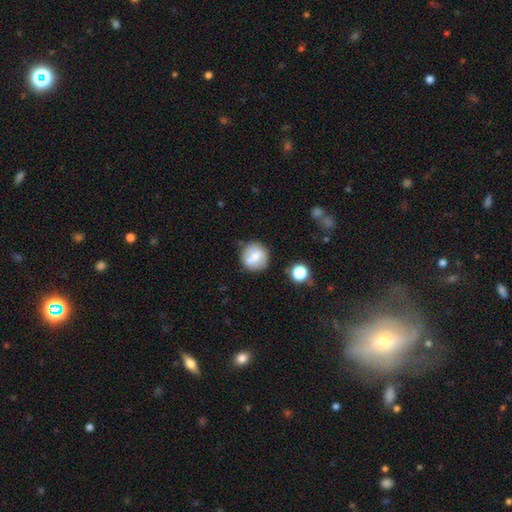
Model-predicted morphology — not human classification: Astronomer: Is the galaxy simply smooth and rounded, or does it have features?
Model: smooth — 70%.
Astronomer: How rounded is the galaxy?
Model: round — 89%.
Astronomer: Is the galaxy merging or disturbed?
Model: none — 70%.